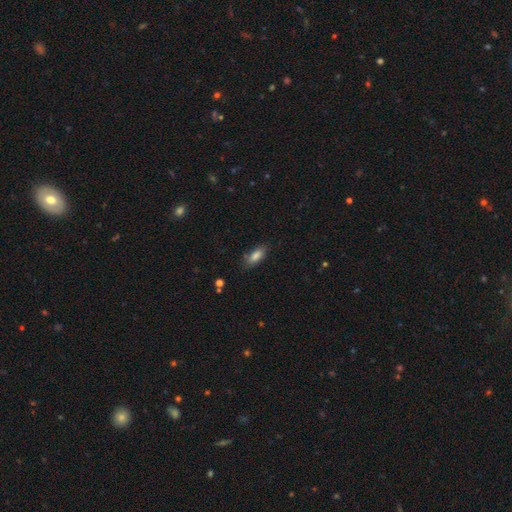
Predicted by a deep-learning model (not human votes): A smooth galaxy with no disk features (82%) that is in between round and cigar-shaped (76%). Merging: none (76%).